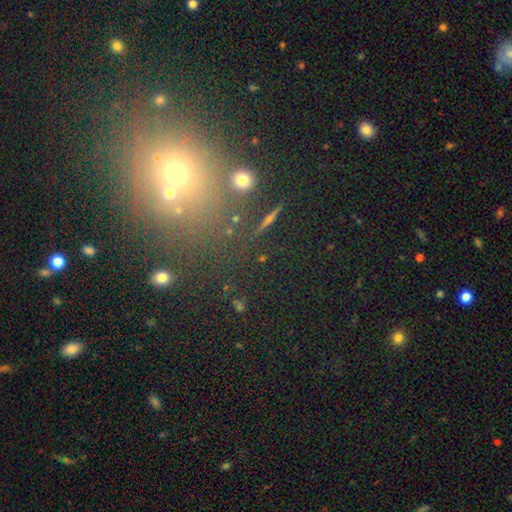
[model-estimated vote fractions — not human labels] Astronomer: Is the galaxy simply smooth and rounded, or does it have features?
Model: star or artifact — 50% (runner-up: smooth, 37%).